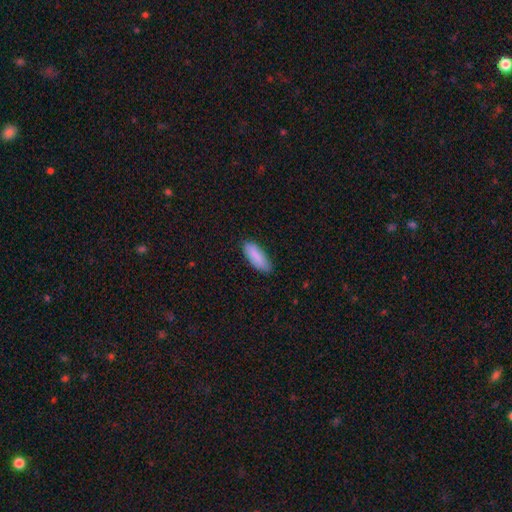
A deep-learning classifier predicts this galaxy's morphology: Smooth or featured: smooth — 89% (featured or disk — 6%)
How rounded: in between — 74% (cigar-shaped — 24%)
Merging: none — 79% (minor disturbance — 17%)